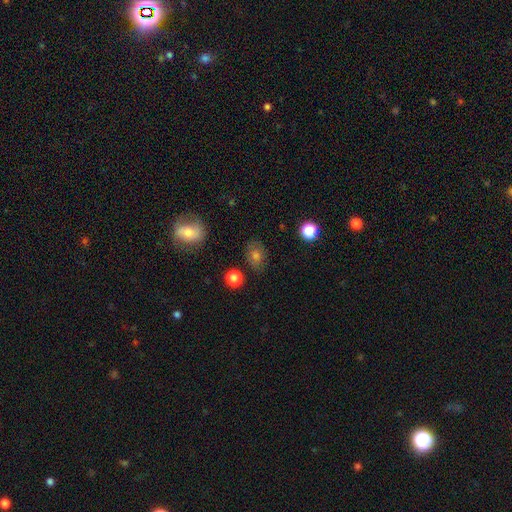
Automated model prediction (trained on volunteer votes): The model was most divided on "how rounded": in between: 64%, round: 34%, cigar-shaped: 2%. More confident: merging — none (79%); smooth or featured — smooth (67%).